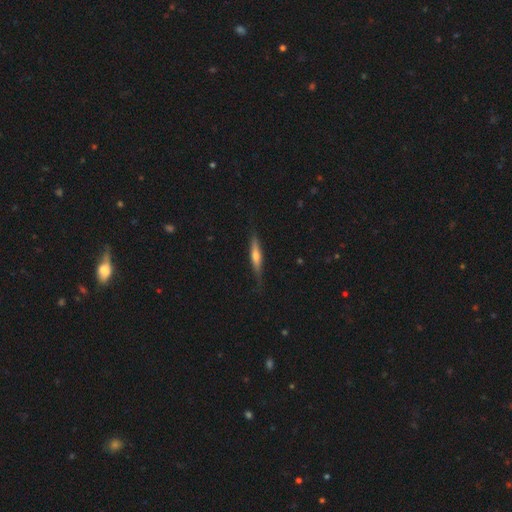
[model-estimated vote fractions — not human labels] A featured or disk galaxy (48%). Merging: none (77%).